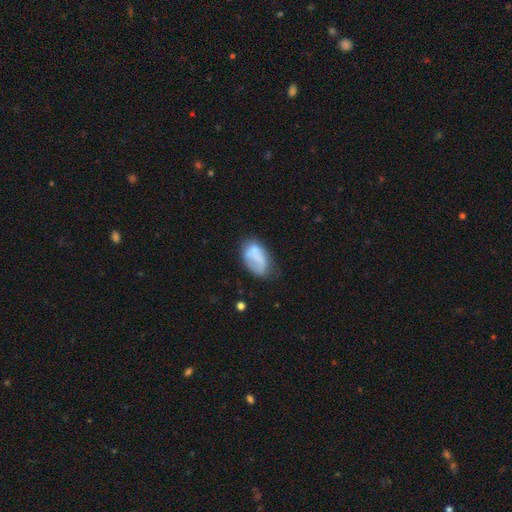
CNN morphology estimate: type=smooth (66%); roundness=in between (90%); merging=none (45%).